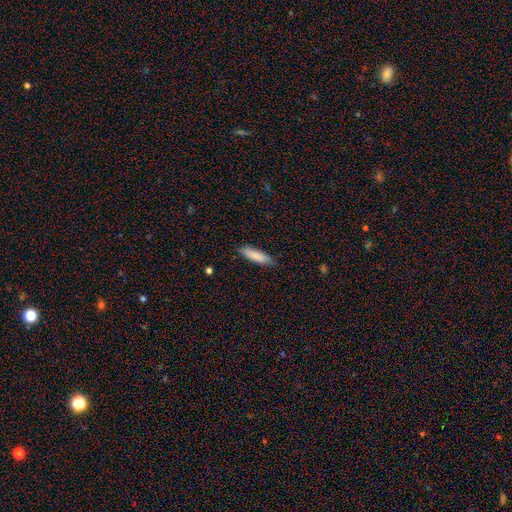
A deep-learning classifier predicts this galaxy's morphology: type=smooth (85%); roundness=cigar-shaped (70%); merging=none (85%).